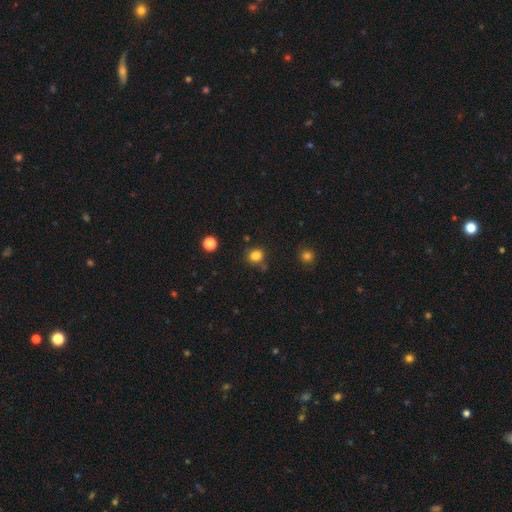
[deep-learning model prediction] A smooth galaxy with no disk features (83%) that is round (73%).

Vote fractions:
- Smooth or featured? smooth: 83% / star or artifact: 13% / featured or disk: 4%
- How rounded? round: 73% / in between: 26% / cigar-shaped: 1%
- Merging? none: 77% / minor disturbance: 13% / merger: 6% / major disturbance: 4%